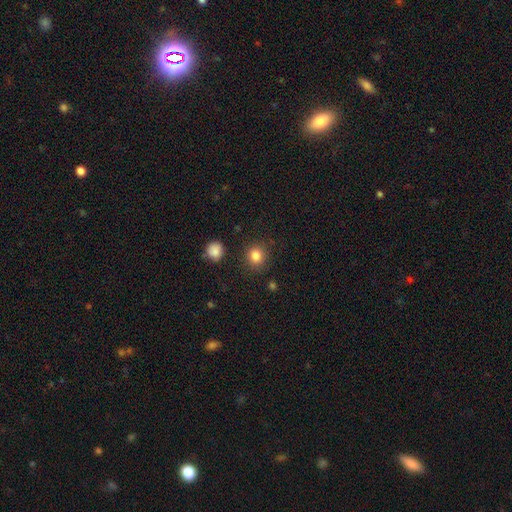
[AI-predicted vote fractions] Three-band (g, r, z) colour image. It shows a smooth galaxy with no disk features (83%) that is round (85%). Merging: none (87%).